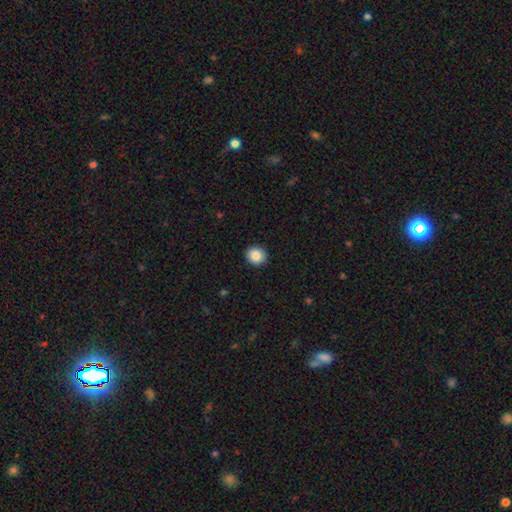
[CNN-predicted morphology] smooth 87%, star or artifact 8%, featured or disk 5%. Down the decision tree: how rounded — round (83%); merging — none (92%).